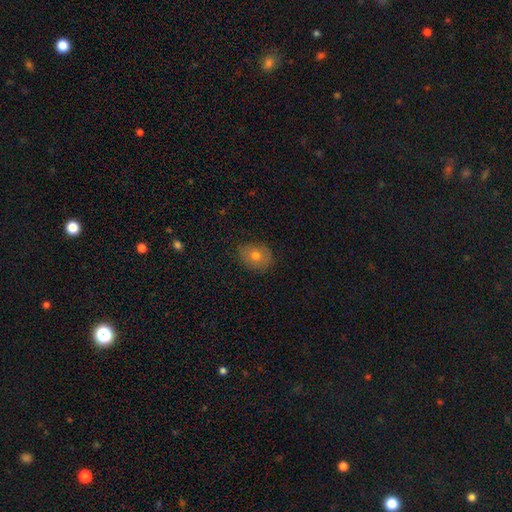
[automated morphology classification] Smooth or featured: smooth — 70% (featured or disk — 20%)
How rounded: round — 52% (in between — 46%)
Merging: none — 81% (minor disturbance — 15%)